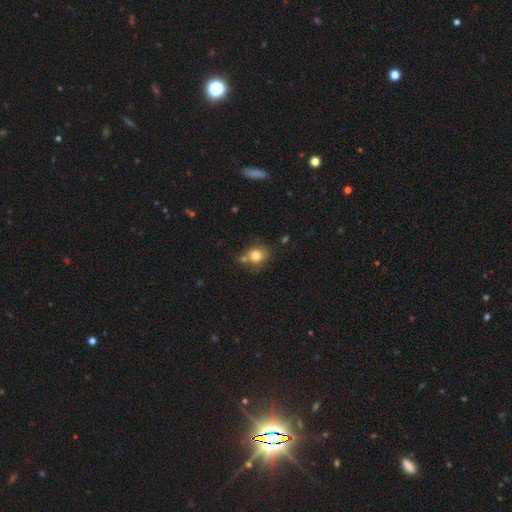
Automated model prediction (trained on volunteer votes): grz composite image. It shows a smooth galaxy with no disk features (80%) that is round (71%). Merging: none (62%).